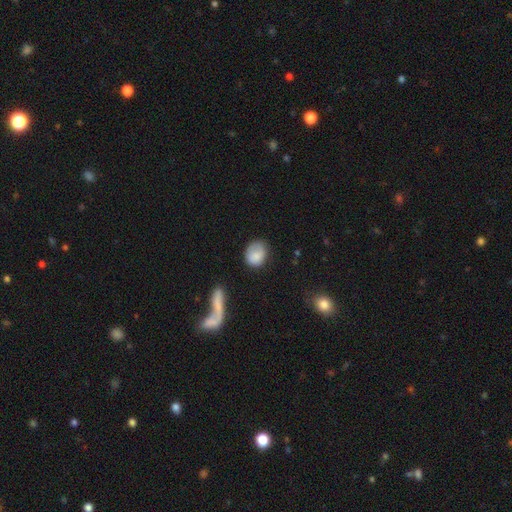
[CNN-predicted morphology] Smooth or featured? Predicted: smooth (p=0.80). How rounded? Predicted: round (p=0.52). Merging? Predicted: none (p=0.59).